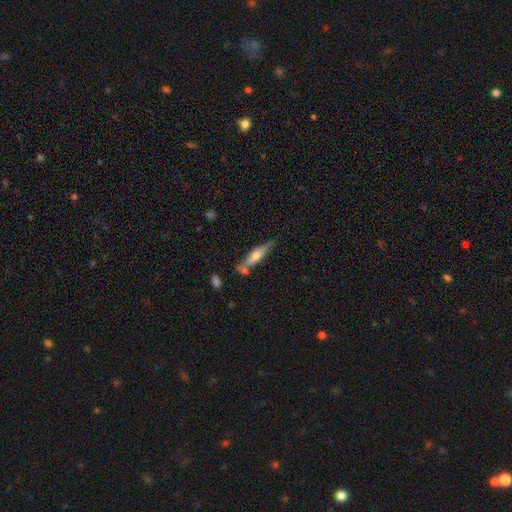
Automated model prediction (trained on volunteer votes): This appears to be a featured or disk galaxy (48%). Merging: none (64%).